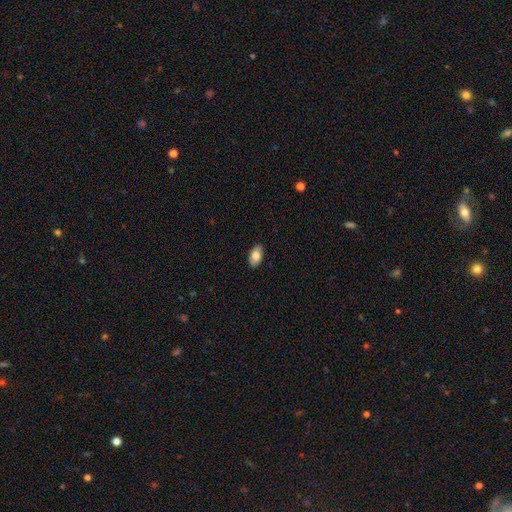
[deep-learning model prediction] Smooth or featured? Predicted: smooth (p=0.82). How rounded? Predicted: in between (p=0.94). Merging? Predicted: none (p=0.88).